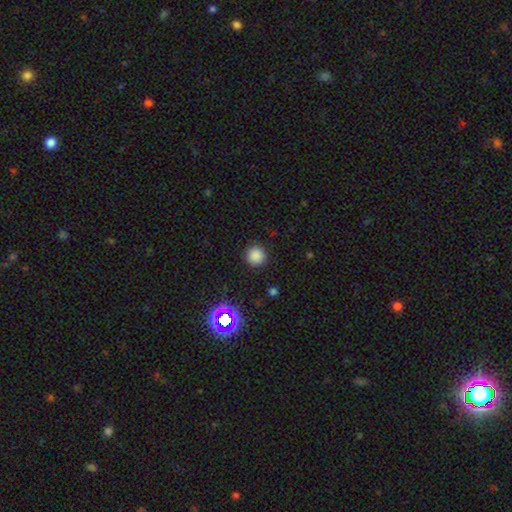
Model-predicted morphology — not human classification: Smooth or featured?
  - smooth: 83% *
  - star or artifact: 14%
  - featured or disk: 3%
How rounded?
  - round: 95% *
  - in between: 4%
  - cigar-shaped: 1%
Merging?
  - none: 91% *
  - minor disturbance: 6%
  - major disturbance: 2%
  - merger: 1%